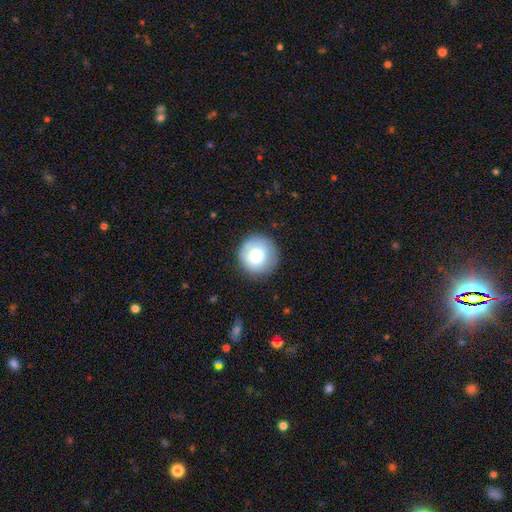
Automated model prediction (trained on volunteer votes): smooth-or-featured: smooth: 74% | featured or disk: 17% | star or artifact: 8%
  how-rounded: round: 95% | in between: 4% | cigar-shaped: 1%
  merging: none: 85% | minor disturbance: 11% | major disturbance: 3% | merger: 1%